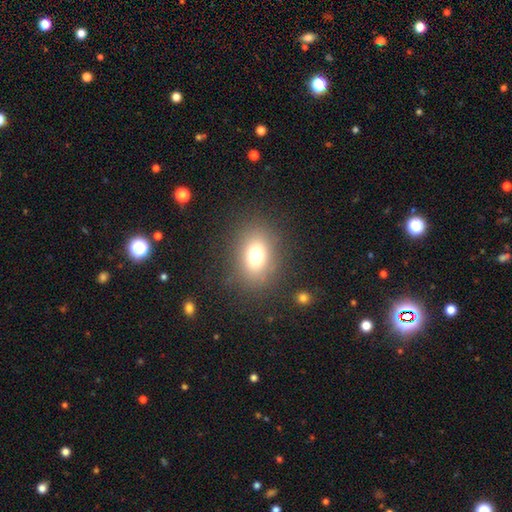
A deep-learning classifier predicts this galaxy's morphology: smooth-or-featured: smooth: 72% | star or artifact: 15% | featured or disk: 13%
  how-rounded: in between: 63% | round: 36% | cigar-shaped: 1%
  merging: none: 83% | minor disturbance: 10% | major disturbance: 6% | merger: 2%